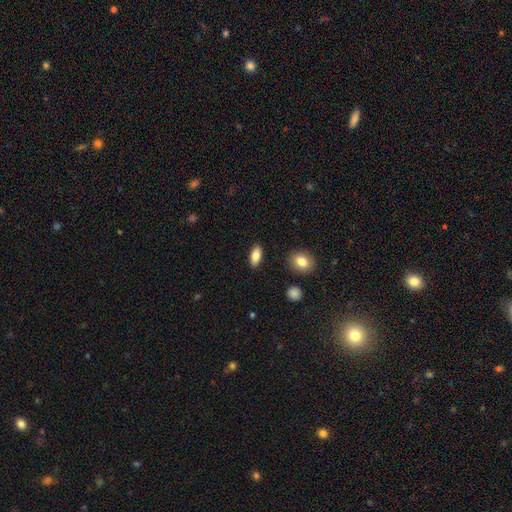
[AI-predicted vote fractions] smooth_or_featured: smooth (p=0.83) [alt: featured or disk p=0.10]
how_rounded: in between (p=0.84) [alt: cigar-shaped p=0.13]
merging: none (p=0.88) [alt: minor disturbance p=0.09]